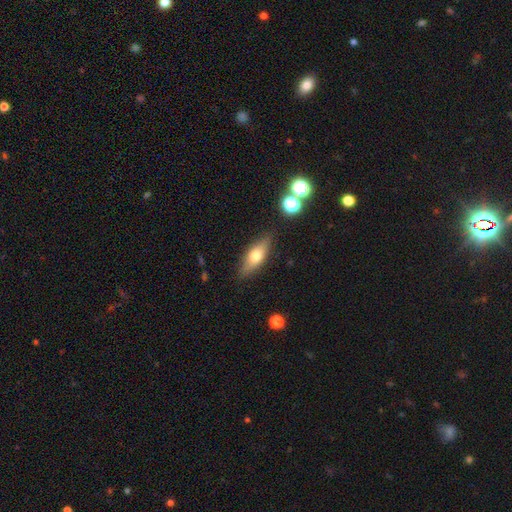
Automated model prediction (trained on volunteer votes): A smooth galaxy with no disk features (59%) that is in between round and cigar-shaped (61%).

Vote fractions:
- Smooth or featured? smooth: 59% / featured or disk: 33% / star or artifact: 8%
- How rounded? in between: 61% / cigar-shaped: 34% / round: 4%
- Merging? none: 84% / minor disturbance: 12% / major disturbance: 3% / merger: 2%